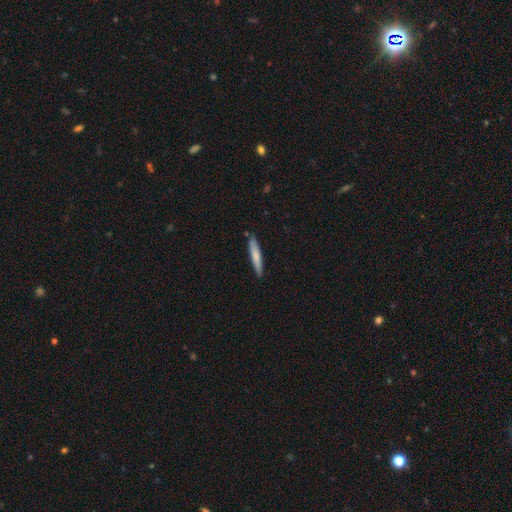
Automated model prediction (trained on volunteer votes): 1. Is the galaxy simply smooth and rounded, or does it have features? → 74% smooth, 21% featured or disk, 5% star or artifact.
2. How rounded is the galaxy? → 93% cigar-shaped, 6% in between, 1% round.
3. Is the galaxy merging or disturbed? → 86% none, 10% minor disturbance, 2% merger, 2% major disturbance.